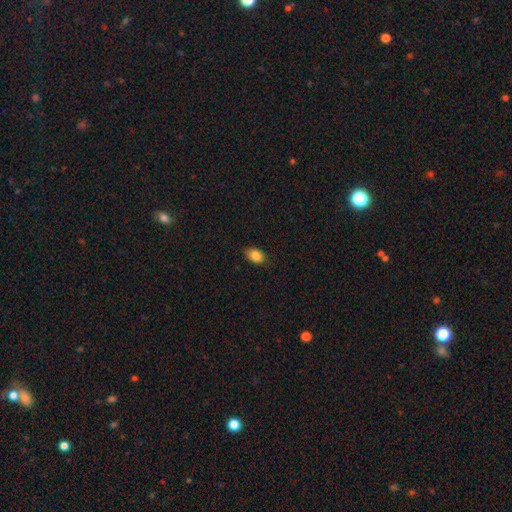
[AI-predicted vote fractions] A smooth galaxy with no disk features (86%) that is in between round and cigar-shaped (81%).

Vote fractions:
- Smooth or featured? smooth: 86% / star or artifact: 9% / featured or disk: 5%
- How rounded? in between: 81% / round: 18% / cigar-shaped: 1%
- Merging? none: 83% / minor disturbance: 14% / major disturbance: 2% / merger: 1%